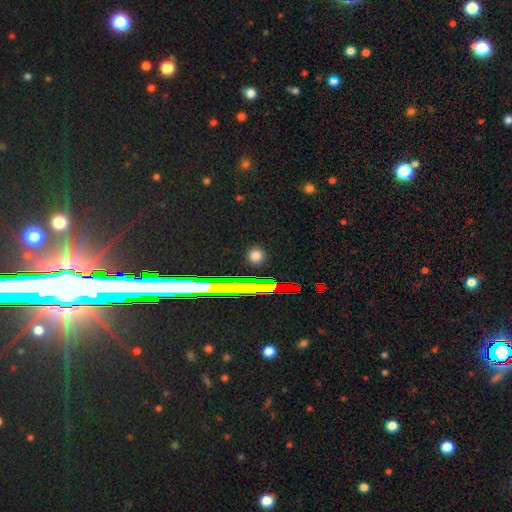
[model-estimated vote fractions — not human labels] The model was most divided on "smooth or featured": smooth: 68%, star or artifact: 26%, featured or disk: 6%. More confident: how rounded — round (91%); merging — none (90%).